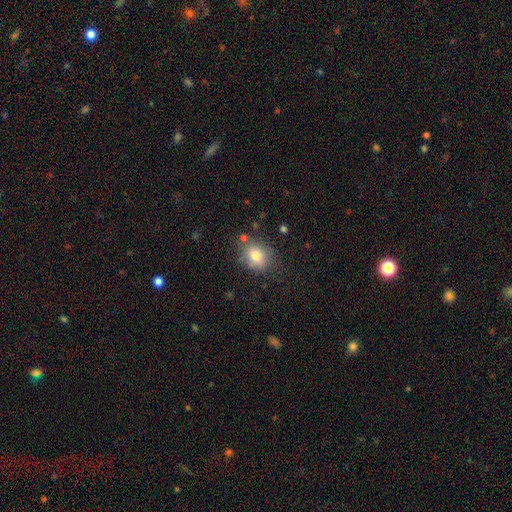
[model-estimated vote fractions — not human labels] smooth-or-featured: smooth: 79% | featured or disk: 12% | star or artifact: 10%
  how-rounded: in between: 50% | round: 49% | cigar-shaped: 1%
  merging: none: 69% | minor disturbance: 19% | merger: 6% | major disturbance: 6%